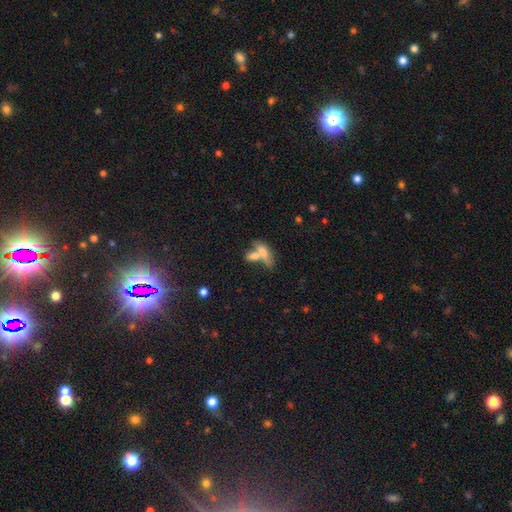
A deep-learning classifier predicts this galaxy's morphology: This appears to be a smooth galaxy with no disk features (65%) that is in between round and cigar-shaped (66%). Merging: merger (58%).